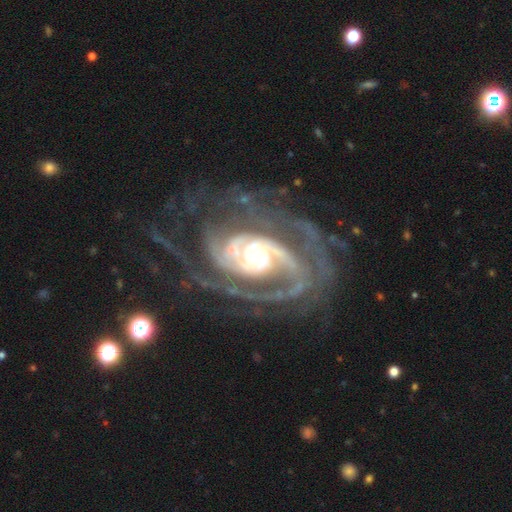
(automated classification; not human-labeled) smooth-or-featured: featured or disk: 92% | star or artifact: 5% | smooth: 3%
  disk-edge-on: no: 97% | yes: 3%
    bar: no: 52% | weak: 29% | strong: 19%
    has-spiral-arms: yes: 98% | no: 2%
      spiral-winding: tight: 49% | medium: 39% | loose: 11%
      spiral-arm-count: 2: 26% | 3: 24% | can't tell: 18% | 4: 13% | more than 4: 10% | 1: 9%
    bulge-size: moderate: 56% | large: 23% | small: 17% | dominant: 2% | none: 2%
  merging: none: 54% | major disturbance: 26% | minor disturbance: 17% | merger: 3%